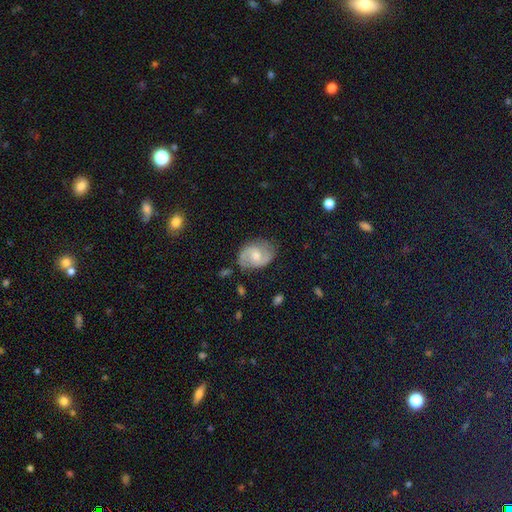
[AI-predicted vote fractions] featured or disk 75%, smooth 19%, star or artifact 6%. Down the decision tree: edge-on disk — no (98%); bar — no (47%); spiral arms — yes (93%); spiral arm count — 2 (89%); spiral winding — medium (53%); bulge size — moderate (60%); merging — none (73%).